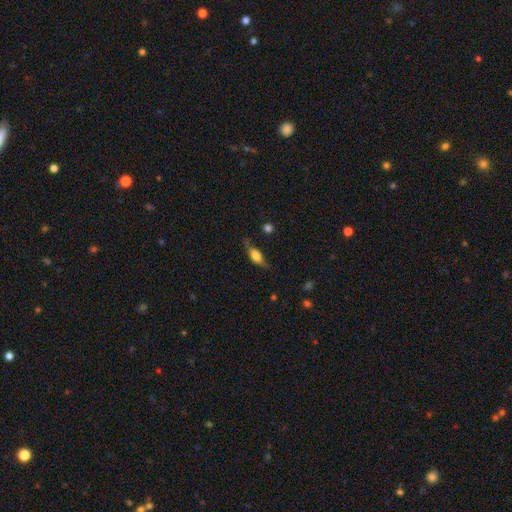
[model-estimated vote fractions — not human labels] Smooth or featured? smooth (67%)
How rounded? in between (77%)
Merging? none (60%)